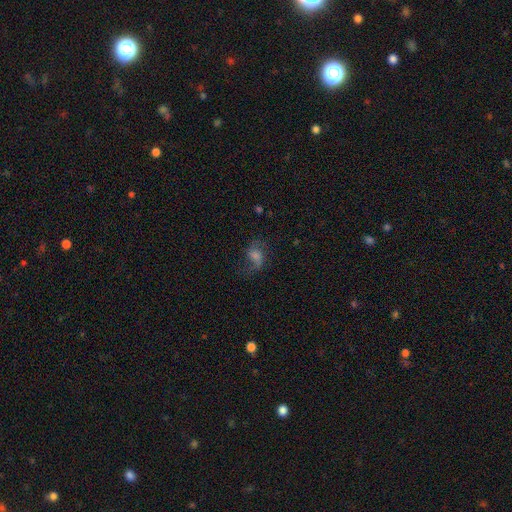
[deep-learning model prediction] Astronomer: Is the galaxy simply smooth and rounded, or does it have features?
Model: featured or disk — 63%.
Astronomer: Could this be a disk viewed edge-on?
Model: no — 96%.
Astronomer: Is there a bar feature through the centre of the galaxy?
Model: no — 50% (runner-up: weak, 40%).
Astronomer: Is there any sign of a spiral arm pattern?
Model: yes — 91%.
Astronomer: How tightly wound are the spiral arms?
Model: loose — 66%.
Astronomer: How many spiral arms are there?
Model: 2 — 78%.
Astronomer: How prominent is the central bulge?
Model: moderate — 39% (runner-up: small, 33%).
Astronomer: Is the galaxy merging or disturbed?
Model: none — 62%.